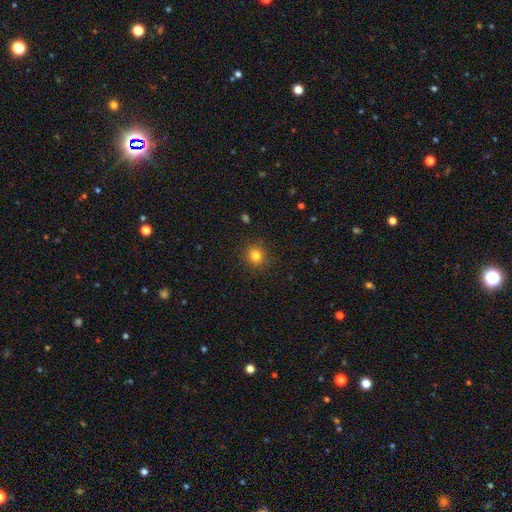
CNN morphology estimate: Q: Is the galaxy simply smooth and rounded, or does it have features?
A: smooth — 82%.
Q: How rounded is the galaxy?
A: round — 87%.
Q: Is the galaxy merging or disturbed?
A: none — 89%.